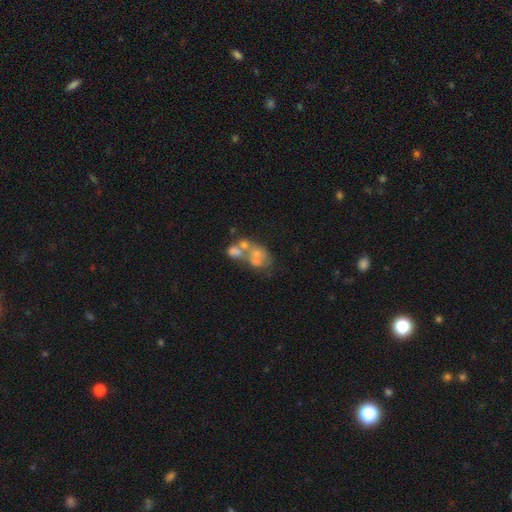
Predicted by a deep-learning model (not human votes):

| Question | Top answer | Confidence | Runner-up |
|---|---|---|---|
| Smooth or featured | featured or disk | 52% | smooth (32%) |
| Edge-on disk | no | 98% | yes (2%) |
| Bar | no | 94% | weak (4%) |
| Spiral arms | no | 95% | yes (5%) |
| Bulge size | none | 59% | small (20%) |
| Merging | merger | 55% | none (19%) |